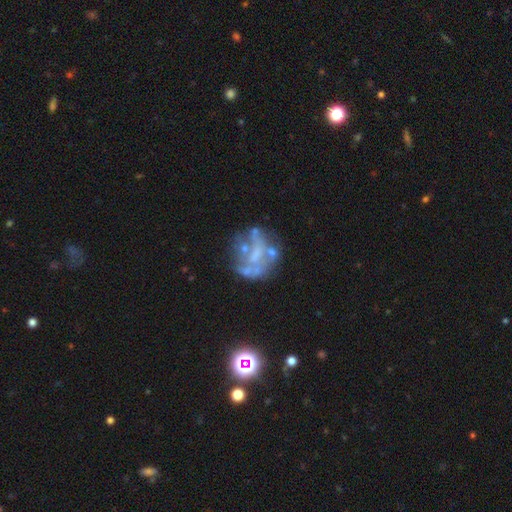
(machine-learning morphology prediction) Smooth or featured? featured or disk (64%)
Edge-on disk? no (97%)
Bar? no (73%)
Spiral arms? no (81%)
Bulge size? none (60%)
Merging? none (50%)